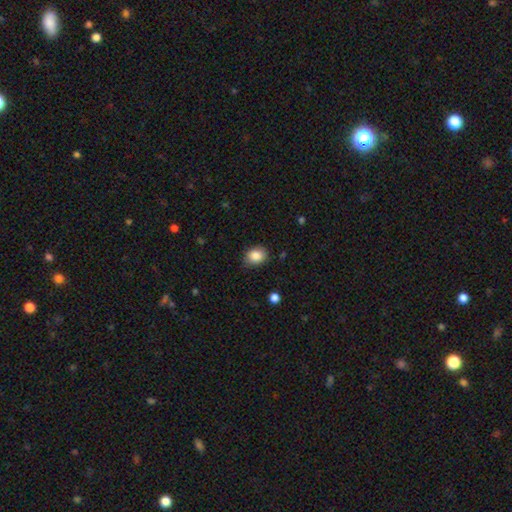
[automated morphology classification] Overall: smooth (86%). How rounded: in between (56%; round 43%). Merging: none (81%).